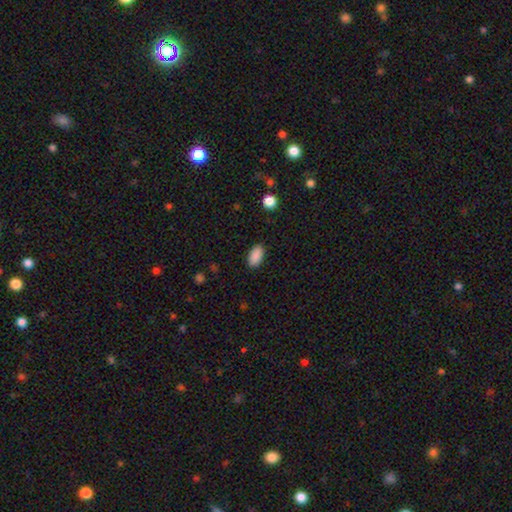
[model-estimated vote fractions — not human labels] Morphology: type=smooth (89%); roundness=in between (94%); merging=none (88%).